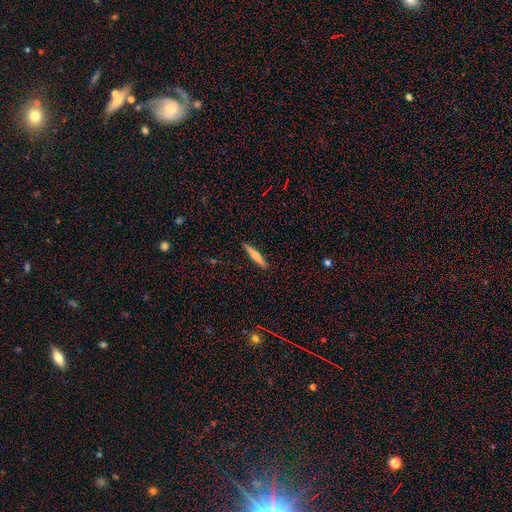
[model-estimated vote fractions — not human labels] Smooth or featured: smooth — 58% (featured or disk — 36%)
How rounded: cigar-shaped — 93% (in between — 6%)
Merging: none — 91% (minor disturbance — 7%)